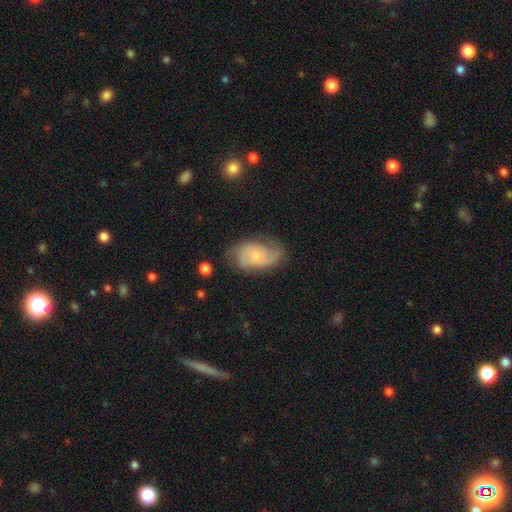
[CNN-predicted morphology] smooth_or_featured: featured or disk (p=0.74) [alt: smooth p=0.20]
disk_edge_on: no (p=0.97) [alt: yes p=0.03]
bar: no (p=0.66) [alt: weak p=0.30]
has_spiral_arms: yes (p=0.95) [alt: no p=0.05]
spiral_winding: medium (p=0.48) [alt: tight p=0.28]
spiral_arm_count: 2 (p=0.65) [alt: can't tell p=0.13]
bulge_size: small (p=0.53) [alt: moderate p=0.27]
merging: none (p=0.69) [alt: minor disturbance p=0.20]